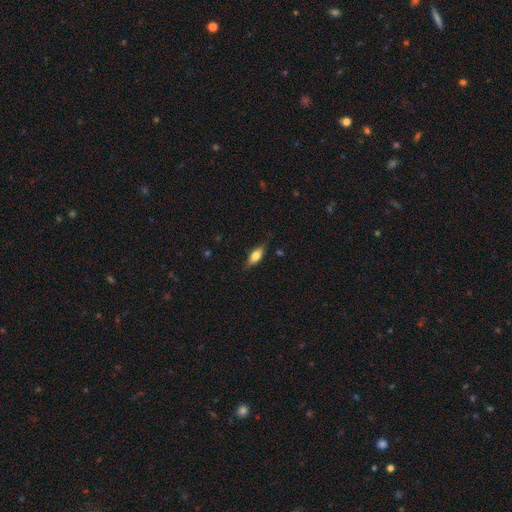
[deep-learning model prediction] Smooth or featured: smooth — 65% (featured or disk — 28%)
How rounded: in between — 70% (cigar-shaped — 26%)
Merging: none — 80% (minor disturbance — 16%)